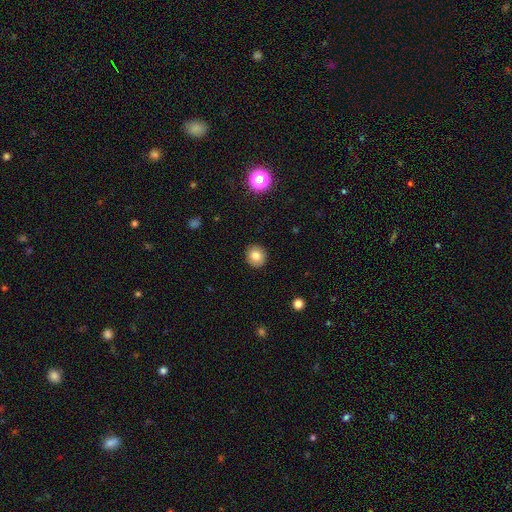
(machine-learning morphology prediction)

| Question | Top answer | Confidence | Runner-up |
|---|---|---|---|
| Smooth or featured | smooth | 81% | star or artifact (11%) |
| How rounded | round | 85% | in between (14%) |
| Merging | none | 91% | minor disturbance (6%) |